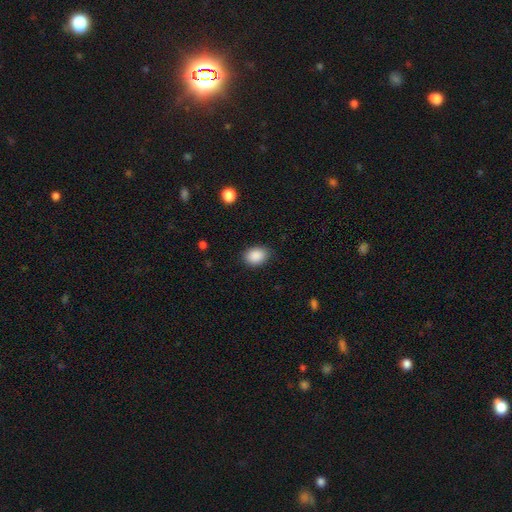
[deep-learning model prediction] A smooth galaxy with no disk features (89%) that is in between round and cigar-shaped (72%).

Vote fractions:
- Smooth or featured? smooth: 89% / star or artifact: 8% / featured or disk: 3%
- How rounded? in between: 72% / round: 27% / cigar-shaped: 1%
- Merging? none: 84% / minor disturbance: 12% / major disturbance: 3% / merger: 1%